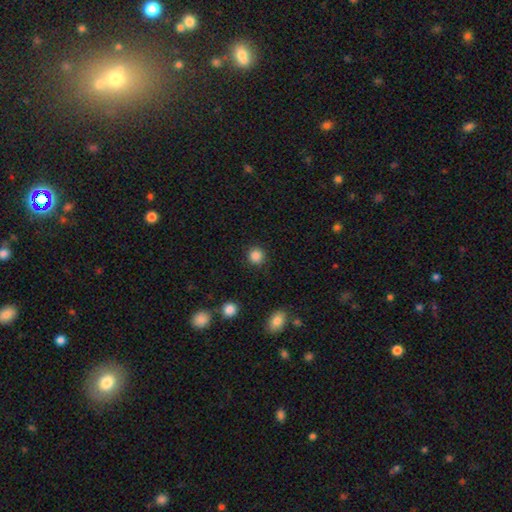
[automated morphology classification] A smooth galaxy with no disk features (87%) that is round (93%).

Vote fractions:
- Smooth or featured? smooth: 87% / star or artifact: 10% / featured or disk: 3%
- How rounded? round: 93% / in between: 6% / cigar-shaped: 1%
- Merging? none: 91% / minor disturbance: 6% / major disturbance: 2% / merger: 1%